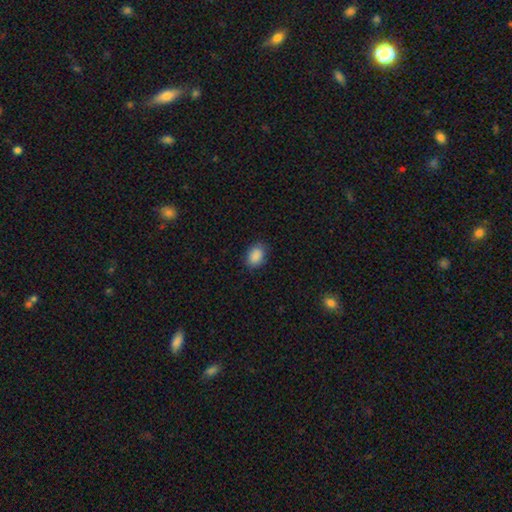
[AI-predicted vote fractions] Morphology: type=smooth (89%); roundness=in between (79%); merging=none (84%).